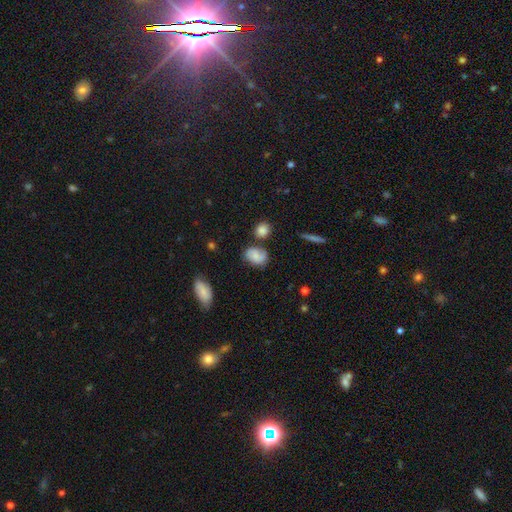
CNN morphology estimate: smooth 67%, featured or disk 23%, star or artifact 10%. Down the decision tree: how rounded — in between (75%); merging — none (63%).